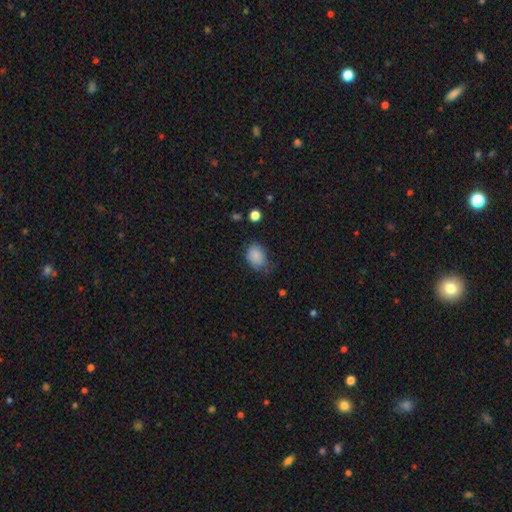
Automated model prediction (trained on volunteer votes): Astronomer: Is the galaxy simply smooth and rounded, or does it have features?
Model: smooth — 85%.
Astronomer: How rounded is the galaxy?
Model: in between — 68%.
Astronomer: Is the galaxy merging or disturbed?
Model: none — 58%.